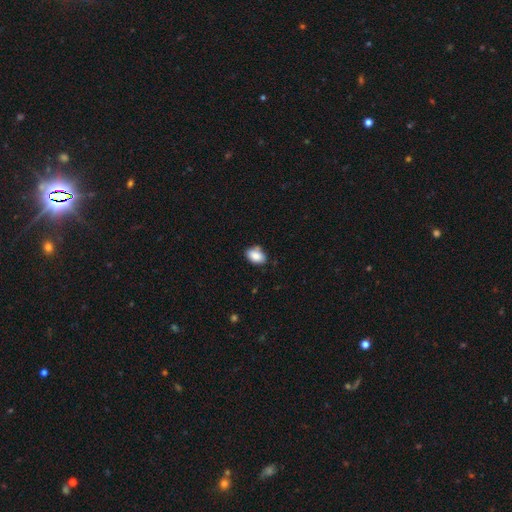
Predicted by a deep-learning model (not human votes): This appears to be a smooth galaxy with no disk features (86%) that is in between round and cigar-shaped (84%). Merging: none (69%).